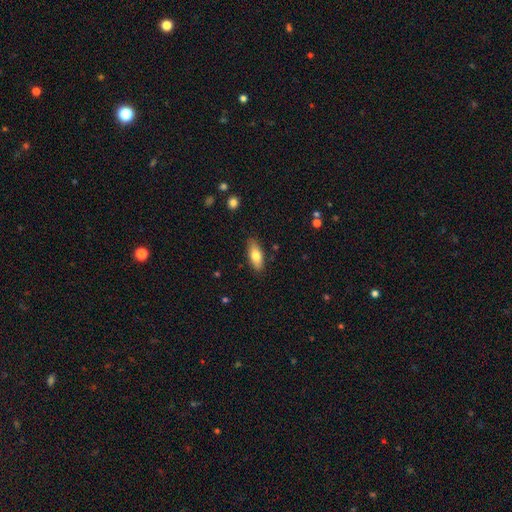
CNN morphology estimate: Smooth or featured? Predicted: smooth (p=0.76). How rounded? Predicted: in between (p=0.76). Merging? Predicted: none (p=0.85).